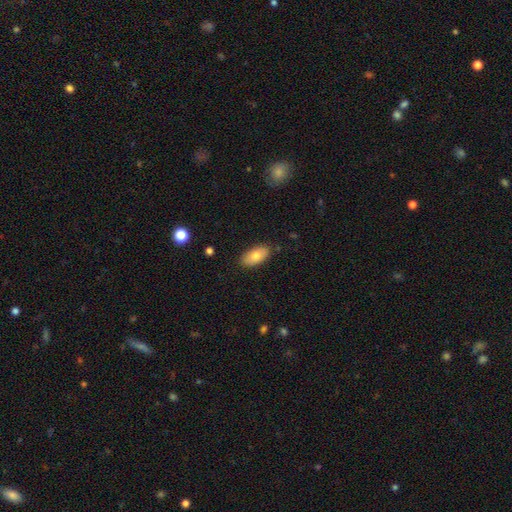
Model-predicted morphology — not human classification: Smooth or featured: smooth — 77% (featured or disk — 16%)
How rounded: in between — 93% (cigar-shaped — 4%)
Merging: none — 86% (minor disturbance — 11%)